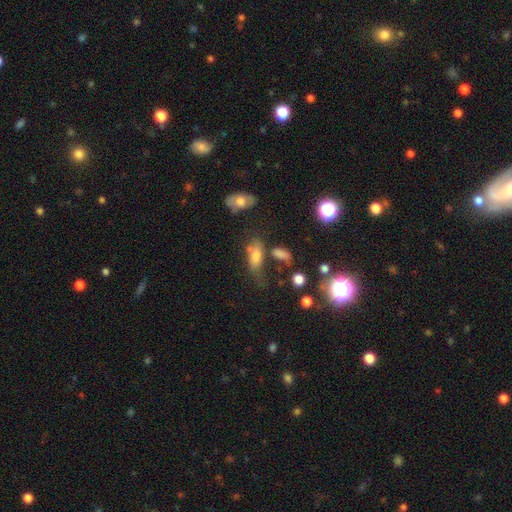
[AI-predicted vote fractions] Smooth or featured?
  - smooth: 65% *
  - featured or disk: 19%
  - star or artifact: 17%
How rounded?
  - in between: 75% *
  - cigar-shaped: 17%
  - round: 8%
Merging?
  - none: 39% *
  - minor disturbance: 24%
  - major disturbance: 21%
  - merger: 16%